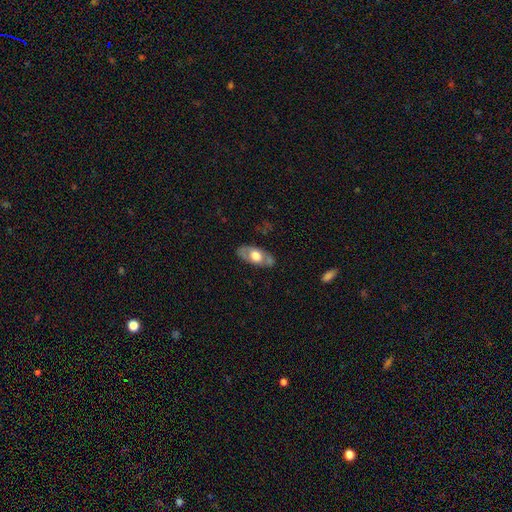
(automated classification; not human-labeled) Overall: smooth (49%; featured or disk 45%). Merging: none (73%).